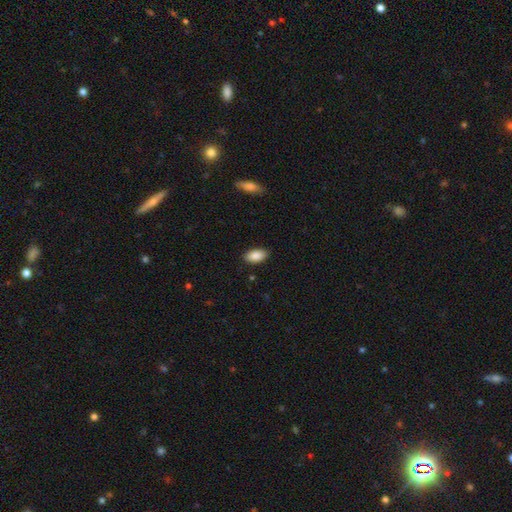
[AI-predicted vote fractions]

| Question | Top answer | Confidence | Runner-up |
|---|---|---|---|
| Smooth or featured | smooth | 88% | star or artifact (7%) |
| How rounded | in between | 94% | cigar-shaped (3%) |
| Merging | none | 88% | minor disturbance (9%) |